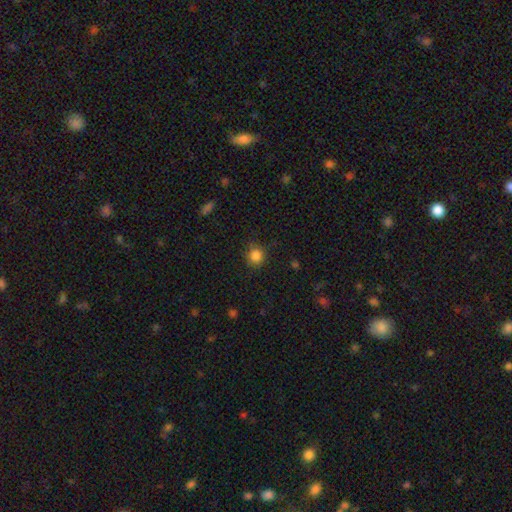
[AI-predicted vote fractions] Smooth or featured? smooth (84%)
How rounded? round (90%)
Merging? none (85%)